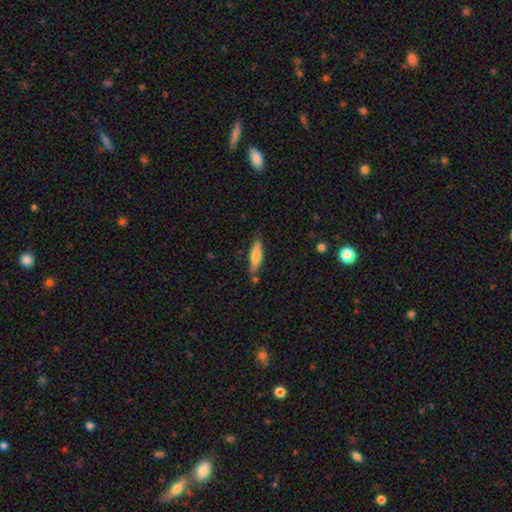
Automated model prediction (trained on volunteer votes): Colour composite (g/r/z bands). It shows a smooth galaxy with no disk features (68%) that is cigar-shaped (64%). Merging: none (74%).